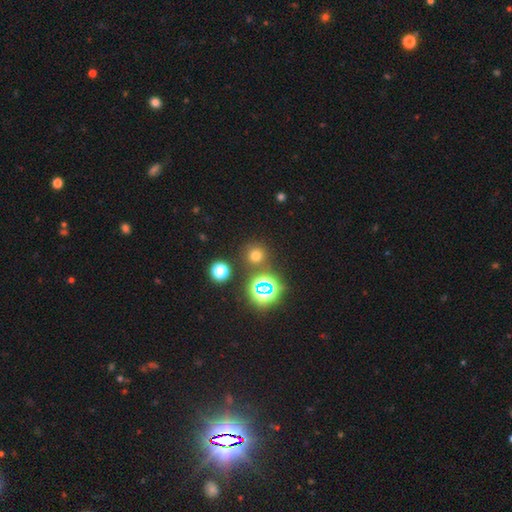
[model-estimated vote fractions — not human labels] The model was most divided on "smooth or featured": smooth: 63%, star or artifact: 31%, featured or disk: 6%. More confident: how rounded — round (93%); merging — none (84%).